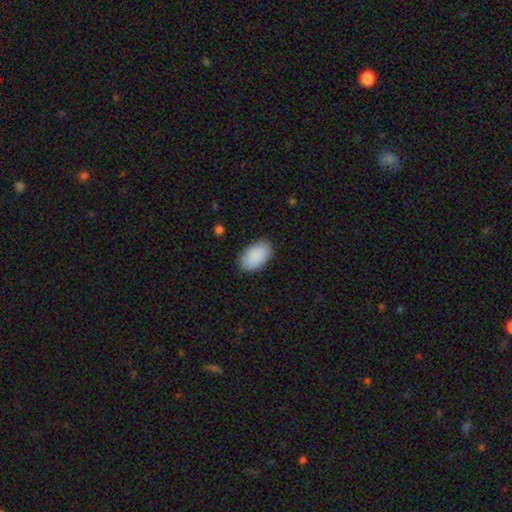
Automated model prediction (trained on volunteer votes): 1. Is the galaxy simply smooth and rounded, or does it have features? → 91% smooth, 6% star or artifact, 4% featured or disk.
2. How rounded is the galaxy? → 95% in between, 4% round, 1% cigar-shaped.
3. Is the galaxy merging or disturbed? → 87% none, 10% minor disturbance, 2% major disturbance, 1% merger.